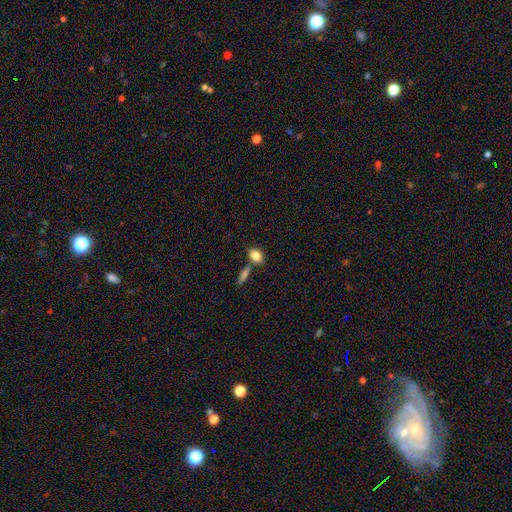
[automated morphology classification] A smooth galaxy with no disk features (84%) that is in between round and cigar-shaped (75%). Merging: none (64%).